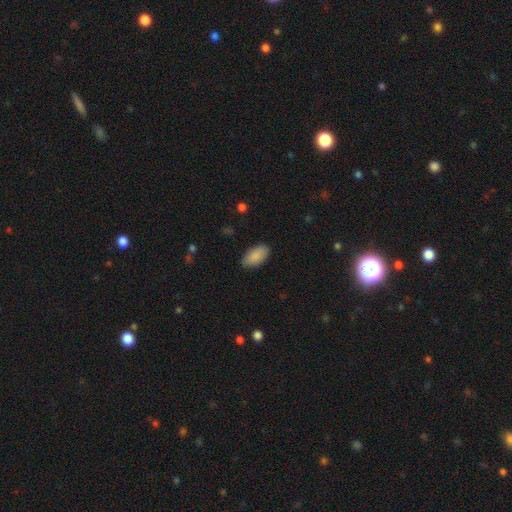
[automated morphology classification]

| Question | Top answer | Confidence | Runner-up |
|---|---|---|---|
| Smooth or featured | smooth | 88% | star or artifact (6%) |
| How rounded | in between | 94% | cigar-shaped (4%) |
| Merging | none | 85% | minor disturbance (12%) |